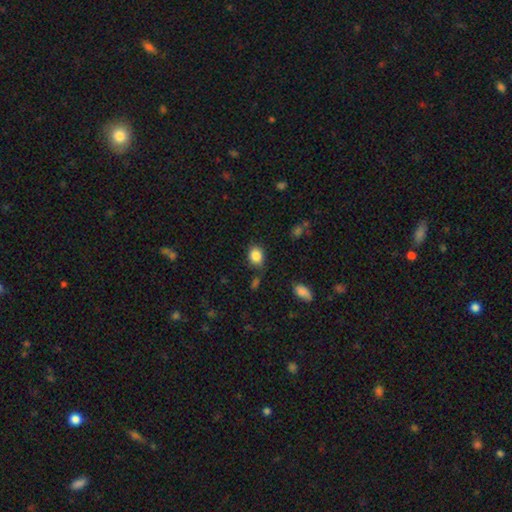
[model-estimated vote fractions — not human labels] A smooth galaxy with no disk features (85%) that is round (50%).

Vote fractions:
- Smooth or featured? smooth: 85% / star or artifact: 10% / featured or disk: 5%
- How rounded? round: 50% / in between: 49% / cigar-shaped: 1%
- Merging? none: 74% / minor disturbance: 18% / major disturbance: 4% / merger: 4%